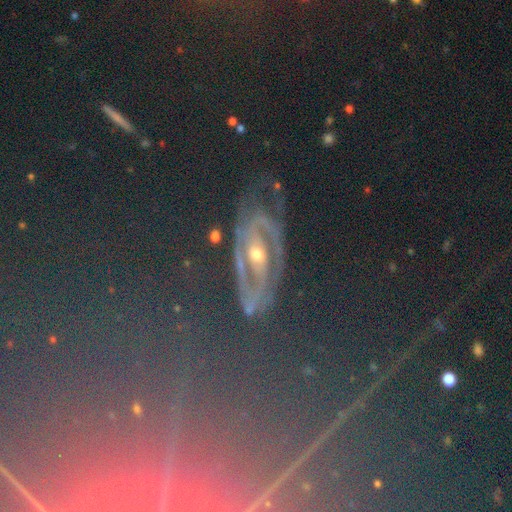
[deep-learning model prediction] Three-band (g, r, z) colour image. It shows a star or artifact, not a galaxy (52%).